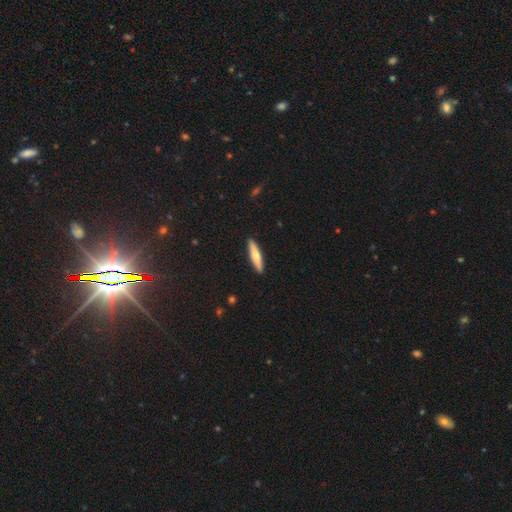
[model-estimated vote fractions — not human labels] smooth_or_featured: smooth (p=0.58) [alt: featured or disk p=0.37]
how_rounded: cigar-shaped (p=0.84) [alt: in between p=0.15]
merging: none (p=0.92) [alt: minor disturbance p=0.06]